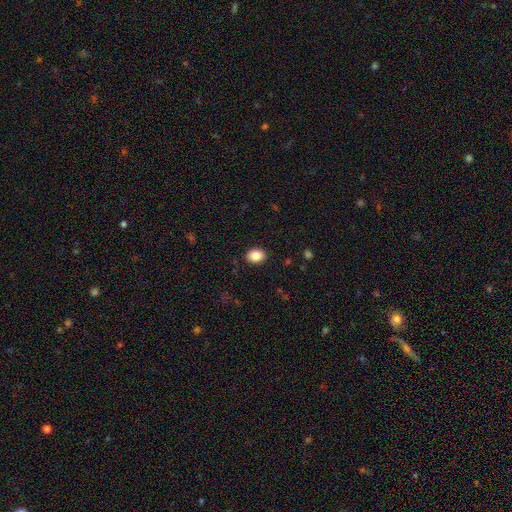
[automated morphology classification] A smooth galaxy with no disk features (86%) that is in between round and cigar-shaped (66%).

Vote fractions:
- Smooth or featured? smooth: 86% / star or artifact: 9% / featured or disk: 5%
- How rounded? in between: 66% / round: 33% / cigar-shaped: 1%
- Merging? none: 90% / minor disturbance: 7% / major disturbance: 2% / merger: 1%